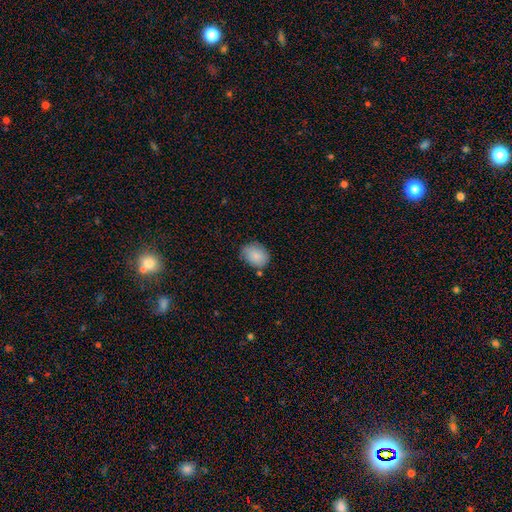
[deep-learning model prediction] Overall: smooth (85%). How rounded: in between (61%; round 38%). Merging: none (70%).